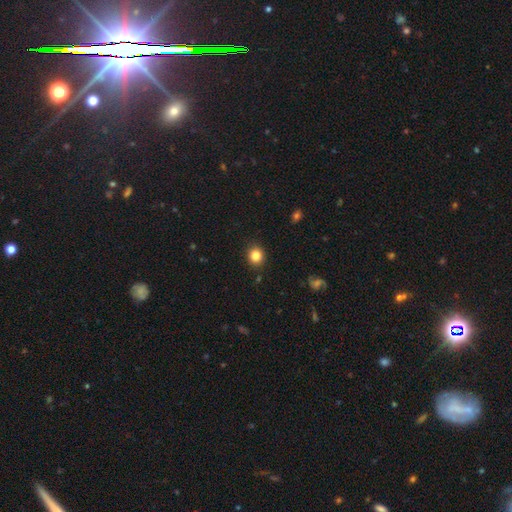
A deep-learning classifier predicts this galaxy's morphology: Q: Smooth or featured?
A: smooth (84%); runner-up: star or artifact (11%)
Q: How rounded?
A: round (85%); runner-up: in between (14%)
Q: Merging?
A: none (90%); runner-up: minor disturbance (7%)